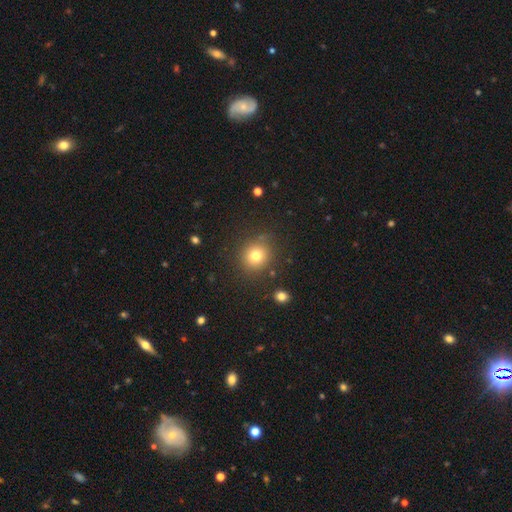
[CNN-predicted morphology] The model was most divided on "smooth or featured": smooth: 77%, star or artifact: 14%, featured or disk: 9%. More confident: how rounded — round (85%); merging — none (82%).